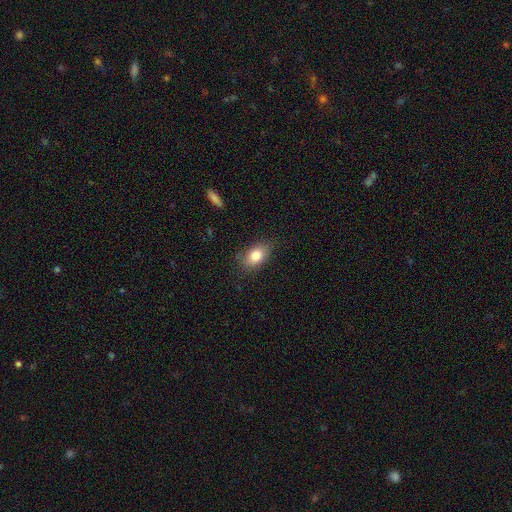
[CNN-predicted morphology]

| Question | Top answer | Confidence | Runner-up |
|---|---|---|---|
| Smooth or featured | smooth | 82% | featured or disk (10%) |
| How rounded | in between | 84% | round (14%) |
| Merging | none | 81% | minor disturbance (14%) |